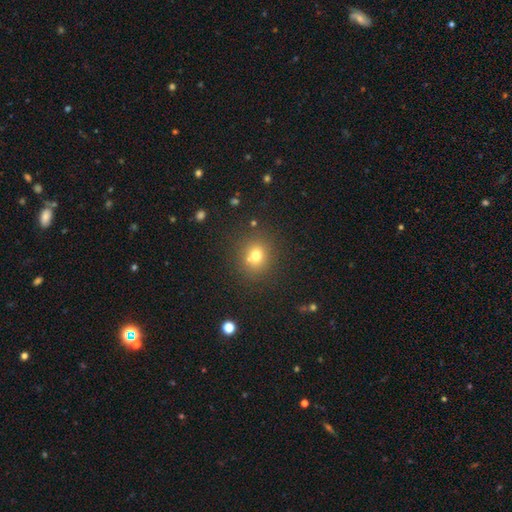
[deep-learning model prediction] smooth-or-featured: smooth: 72% | star or artifact: 17% | featured or disk: 11%
  how-rounded: round: 80% | in between: 19% | cigar-shaped: 1%
  merging: none: 75% | merger: 12% | minor disturbance: 10% | major disturbance: 4%